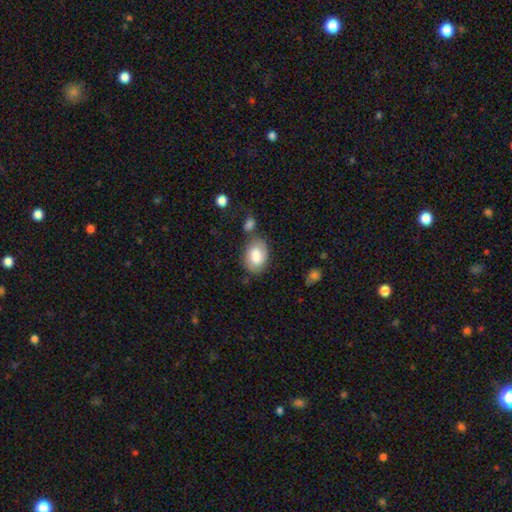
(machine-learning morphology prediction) Q: Smooth or featured?
A: smooth (77%); runner-up: featured or disk (17%)
Q: How rounded?
A: in between (84%); runner-up: round (15%)
Q: Merging?
A: none (63%); runner-up: minor disturbance (19%)